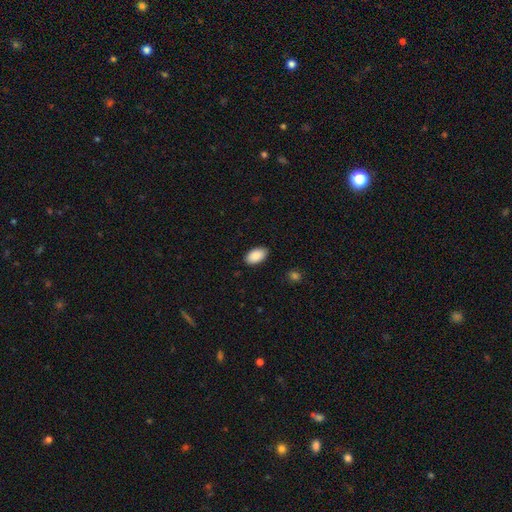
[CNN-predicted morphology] Q: Smooth or featured?
A: smooth (90%); runner-up: star or artifact (6%)
Q: How rounded?
A: in between (95%); runner-up: round (3%)
Q: Merging?
A: none (88%); runner-up: minor disturbance (9%)